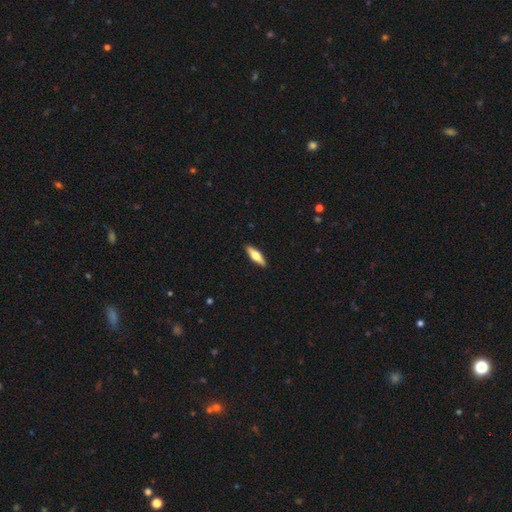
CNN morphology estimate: Smooth or featured: smooth — 47% (tied with featured or disk — 47%)
Merging: none — 91% (minor disturbance — 7%)